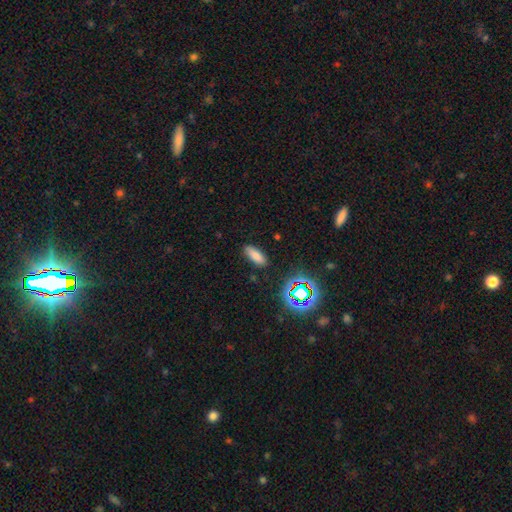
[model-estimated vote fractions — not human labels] Overall: smooth (78%). How rounded: in between (69%). Merging: none (86%).